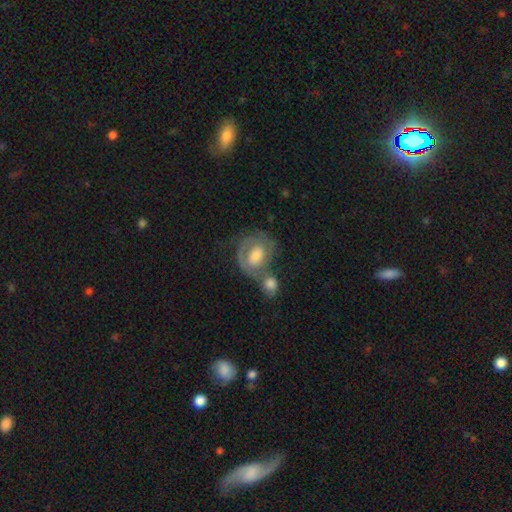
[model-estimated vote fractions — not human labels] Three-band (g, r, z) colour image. It shows a featured or disk galaxy (58%) with no bar (57%), spiral arms (64%) and a moderate central bulge (42%). Merging: merger (42%).